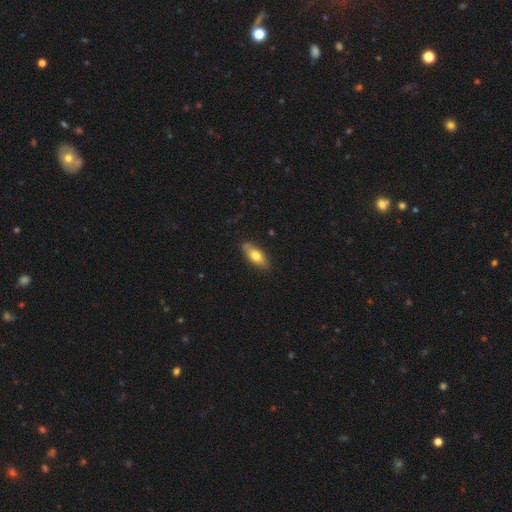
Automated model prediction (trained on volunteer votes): Overall: smooth (71%). How rounded: in between (81%). Merging: none (76%).